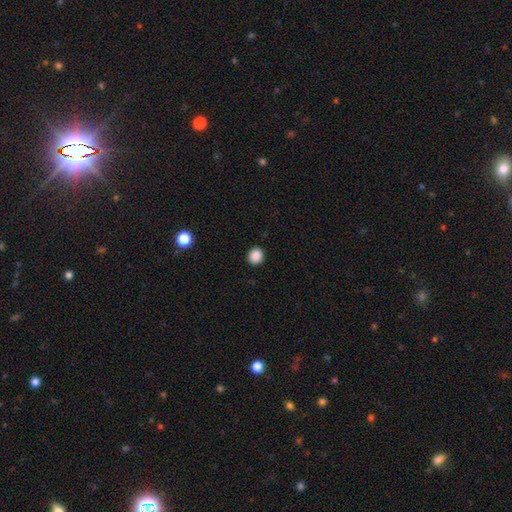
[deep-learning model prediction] A smooth galaxy with no disk features (88%) that is round (83%).

Vote fractions:
- Smooth or featured? smooth: 88% / star or artifact: 9% / featured or disk: 2%
- How rounded? round: 83% / in between: 16% / cigar-shaped: 1%
- Merging? none: 92% / minor disturbance: 5% / major disturbance: 2% / merger: 1%